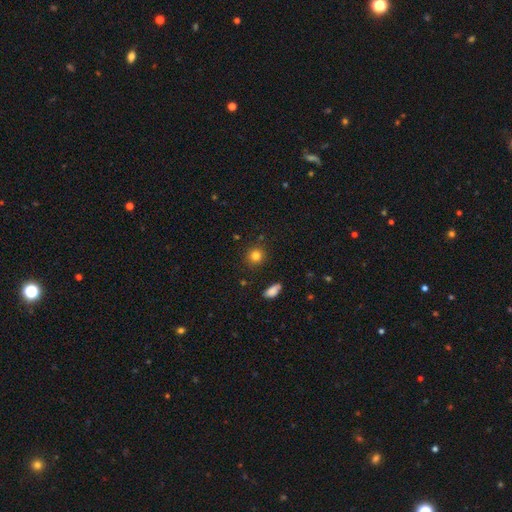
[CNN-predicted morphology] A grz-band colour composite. It shows a smooth galaxy with no disk features (82%) that is round (89%). Merging: none (88%).